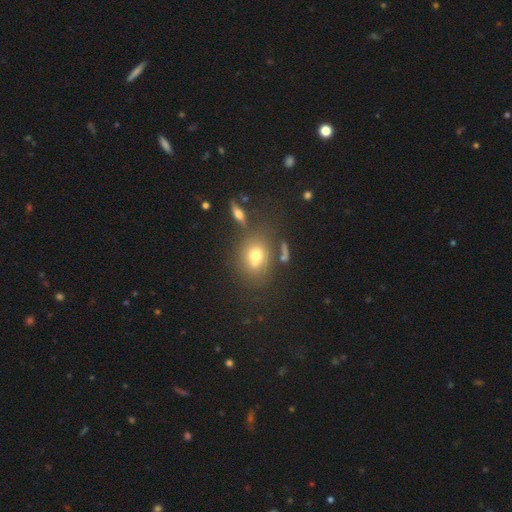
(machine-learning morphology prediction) smooth_or_featured: smooth (p=0.69) [alt: featured or disk p=0.17]
how_rounded: round (p=0.50) [alt: in between p=0.48]
merging: none (p=0.63) [alt: minor disturbance p=0.15]